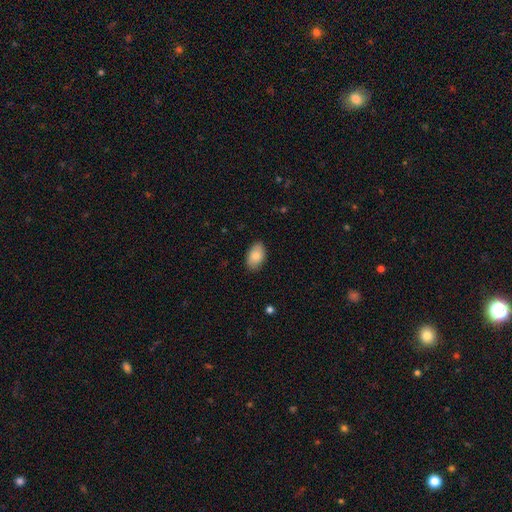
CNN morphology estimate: Smooth or featured: smooth — 82% (featured or disk — 11%)
How rounded: in between — 92% (round — 7%)
Merging: none — 86% (minor disturbance — 11%)